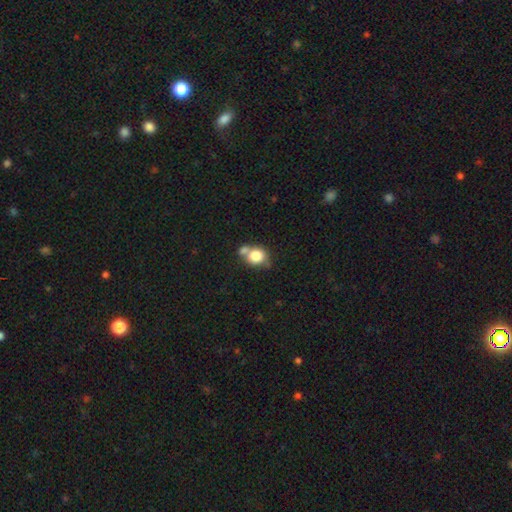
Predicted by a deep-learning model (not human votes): The model was most divided on "merging": merger: 43%, none: 38%, minor disturbance: 13%, major disturbance: 6%. More confident: smooth or featured — smooth (80%); how rounded — round (67%).